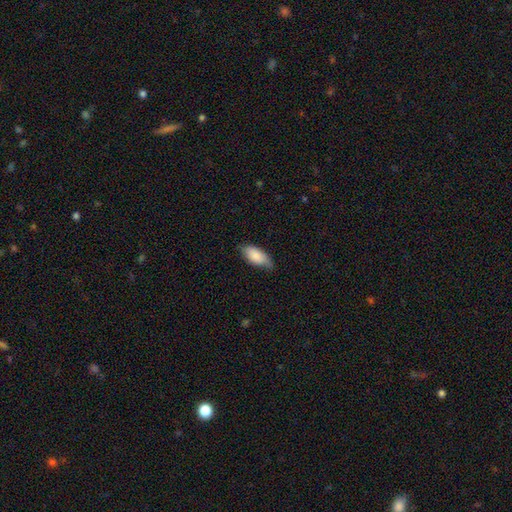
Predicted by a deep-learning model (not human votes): smooth 83%, featured or disk 11%, star or artifact 6%. Down the decision tree: how rounded — in between (90%); merging — none (61%).